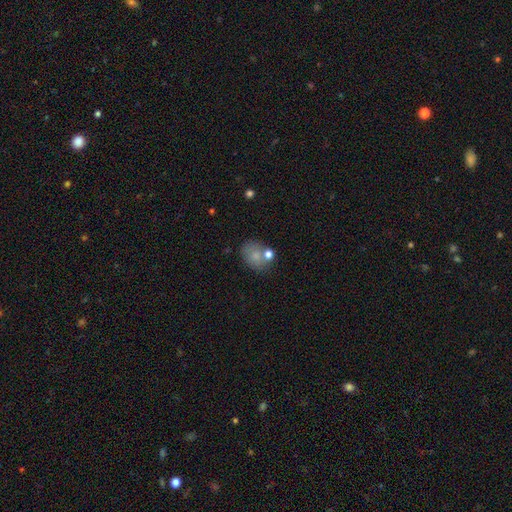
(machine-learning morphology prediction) smooth-or-featured: smooth: 75% | featured or disk: 15% | star or artifact: 10%
  how-rounded: in between: 60% | round: 39% | cigar-shaped: 1%
  merging: none: 54% | merger: 20% | minor disturbance: 18% | major disturbance: 7%